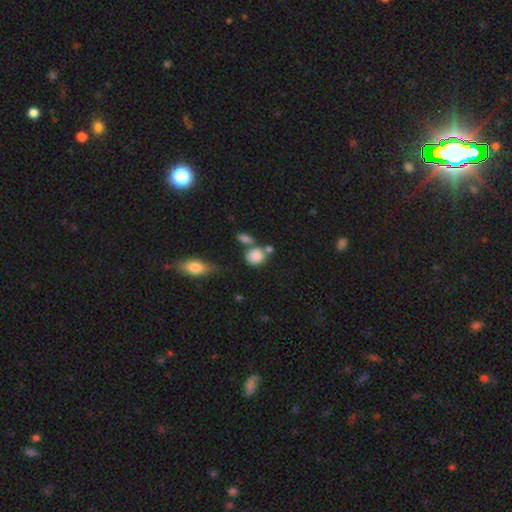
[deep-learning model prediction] Morphology: type=smooth (84%); roundness=round (73%); merging=none (51%).